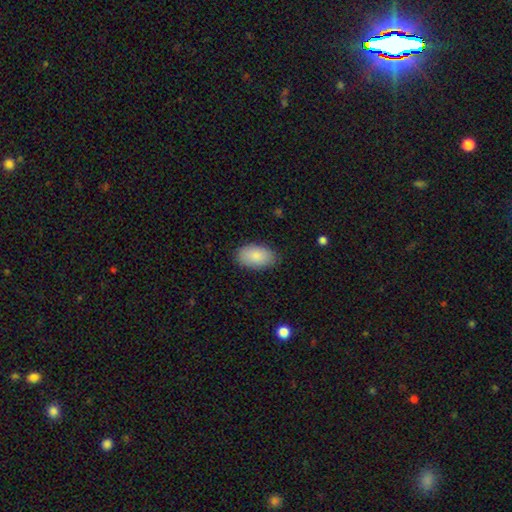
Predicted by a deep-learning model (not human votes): A smooth galaxy with no disk features (87%) that is in between round and cigar-shaped (94%). Merging: none (84%).